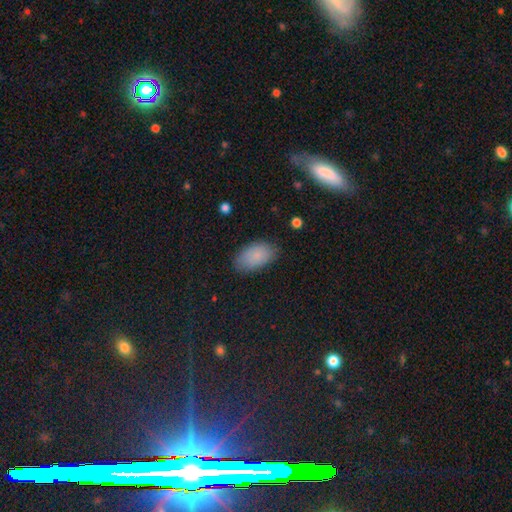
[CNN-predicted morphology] Q: Smooth or featured?
A: smooth (84%); runner-up: star or artifact (8%)
Q: How rounded?
A: in between (94%); runner-up: round (4%)
Q: Merging?
A: none (81%); runner-up: minor disturbance (15%)